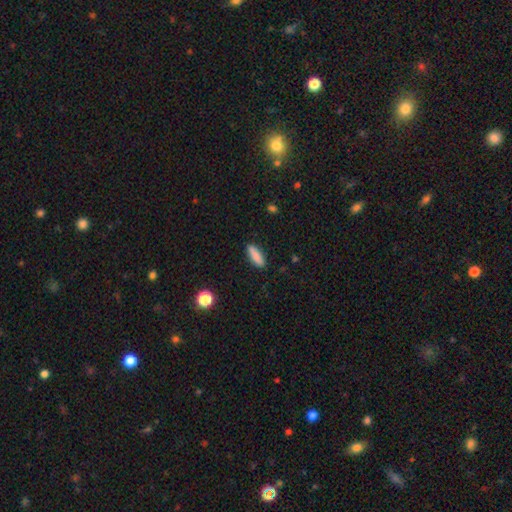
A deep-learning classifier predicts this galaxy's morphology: A smooth galaxy with no disk features (86%) that is cigar-shaped (56%). Merging: none (89%).